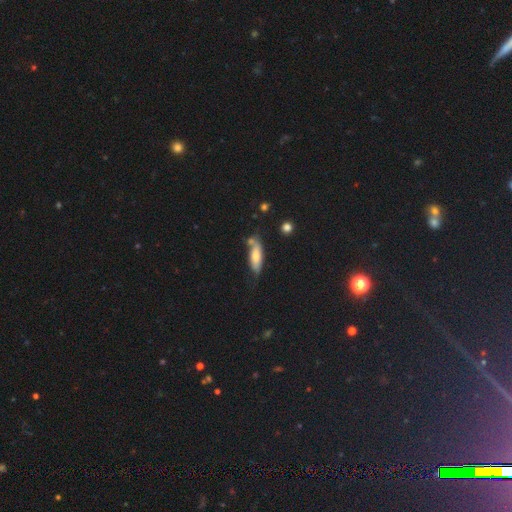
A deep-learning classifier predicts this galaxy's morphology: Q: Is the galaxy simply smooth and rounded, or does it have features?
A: smooth — 65%.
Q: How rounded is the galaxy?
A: in between — 55%.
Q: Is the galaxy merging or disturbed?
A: none — 52%.